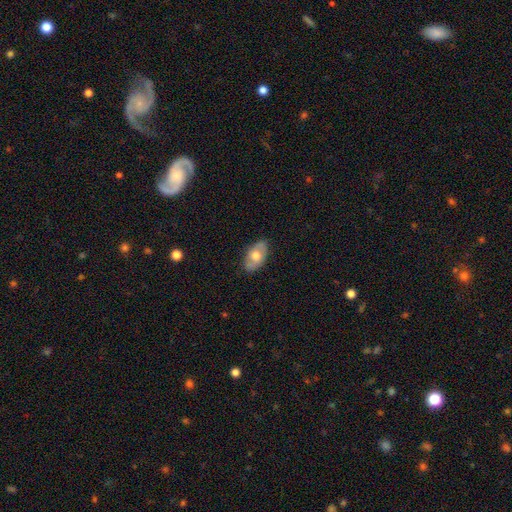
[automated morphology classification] Smooth or featured: smooth — 58% (featured or disk — 36%)
How rounded: in between — 92% (round — 6%)
Merging: none — 82% (minor disturbance — 14%)